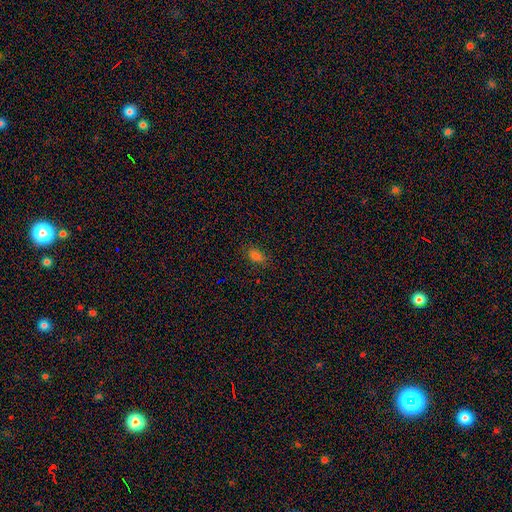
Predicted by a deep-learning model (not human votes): Overall: smooth (78%). How rounded: in between (86%). Merging: none (80%).